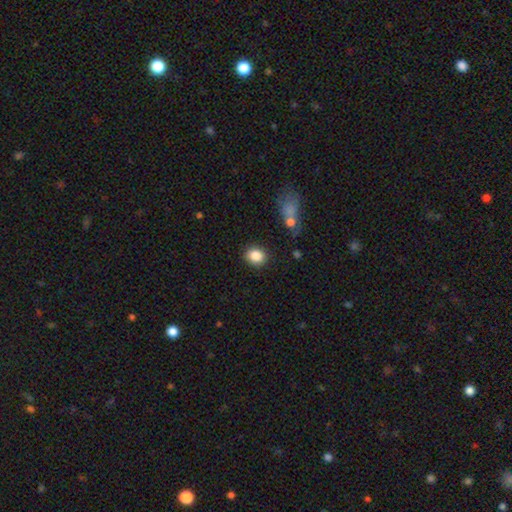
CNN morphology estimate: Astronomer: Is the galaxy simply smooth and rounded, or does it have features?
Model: smooth — 86%.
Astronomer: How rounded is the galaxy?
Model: round — 62%.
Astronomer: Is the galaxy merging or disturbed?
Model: none — 86%.